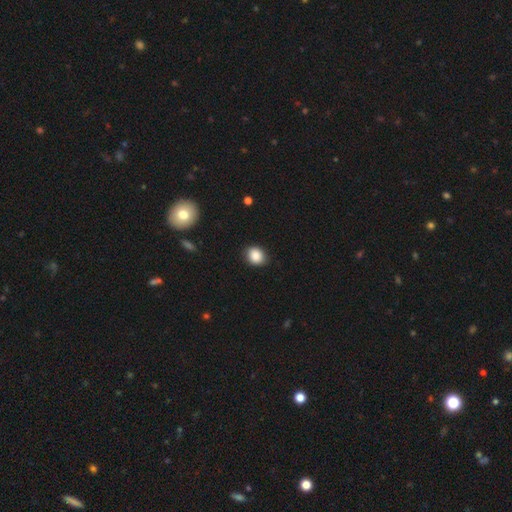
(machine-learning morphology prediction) Smooth or featured: smooth — 86% (star or artifact — 9%)
How rounded: round — 61% (in between — 38%)
Merging: none — 86% (minor disturbance — 10%)